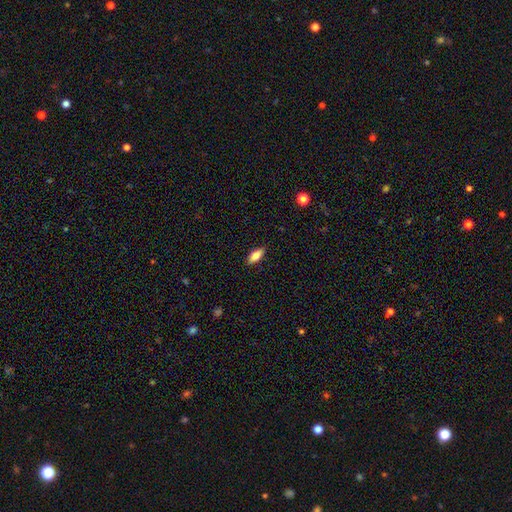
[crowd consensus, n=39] Smooth or featured? smooth (72%)
How rounded? in between (64%)
Merging? none (92%)